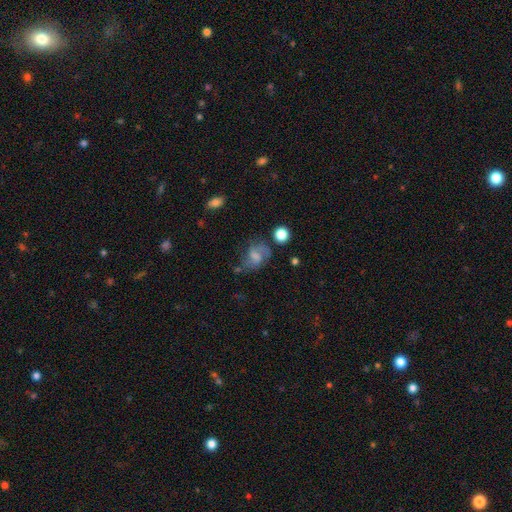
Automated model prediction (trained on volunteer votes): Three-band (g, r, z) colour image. It shows a featured or disk galaxy (49%). Merging: none (44%).